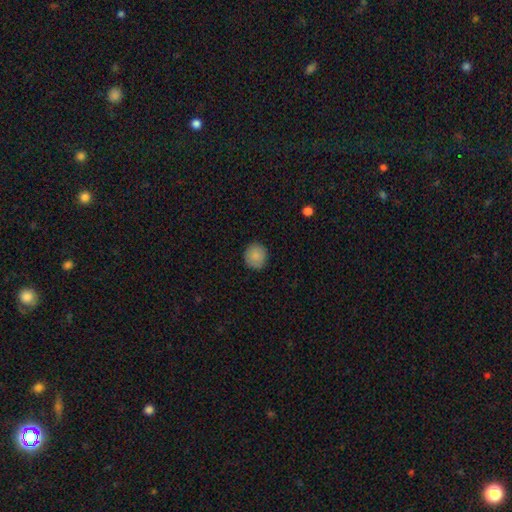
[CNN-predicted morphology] This is clearly a smooth galaxy (87%). How rounded: clearly round (89%). Merging: clearly none (90%).